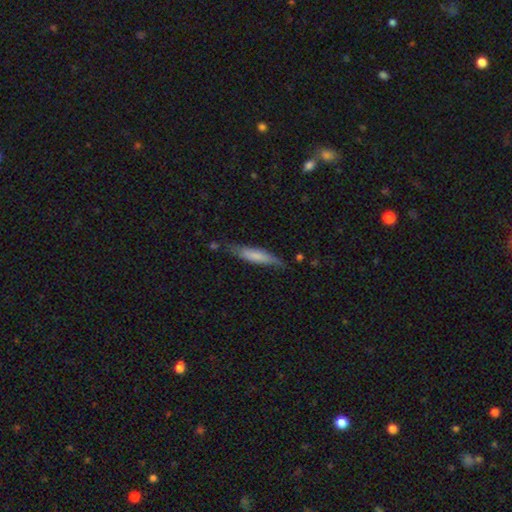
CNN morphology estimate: A smooth galaxy with no disk features (66%) that is cigar-shaped (82%).

Vote fractions:
- Smooth or featured? smooth: 66% / featured or disk: 29% / star or artifact: 6%
- How rounded? cigar-shaped: 82% / in between: 16% / round: 1%
- Merging? none: 70% / minor disturbance: 23% / major disturbance: 4% / merger: 3%